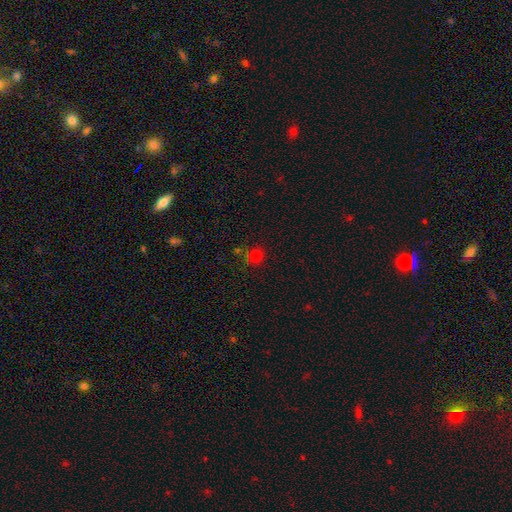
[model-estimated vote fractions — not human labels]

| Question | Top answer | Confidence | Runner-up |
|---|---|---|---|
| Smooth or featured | smooth | 72% | star or artifact (22%) |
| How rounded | round | 89% | in between (10%) |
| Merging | none | 70% | merger (13%) |